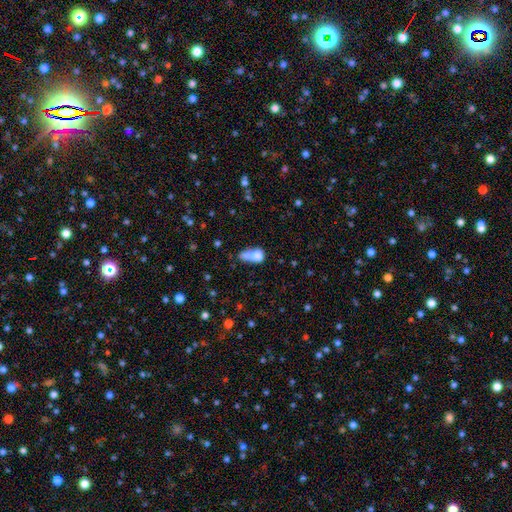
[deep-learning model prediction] Morphology: type=smooth (69%); roundness=in between (65%); merging=merger (51%).